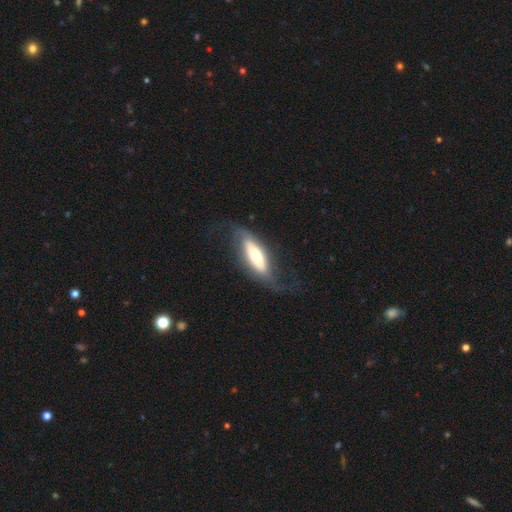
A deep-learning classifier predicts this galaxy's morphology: smooth_or_featured: featured or disk (p=0.56) [alt: smooth p=0.38]
disk_edge_on: no (p=0.69) [alt: yes p=0.31]
merging: none (p=0.58) [alt: minor disturbance p=0.21]